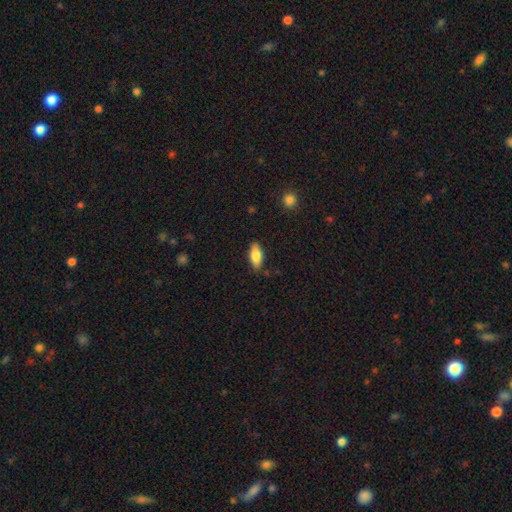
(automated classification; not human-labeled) Overall: smooth (82%). How rounded: in between (87%). Merging: none (85%).